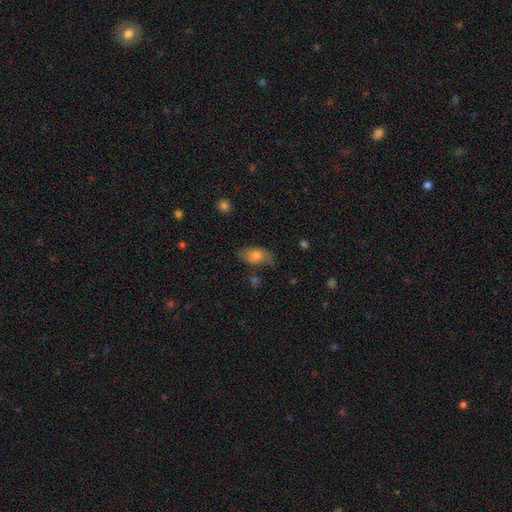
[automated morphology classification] A smooth galaxy with no disk features (74%) that is in between round and cigar-shaped (91%).

Vote fractions:
- Smooth or featured? smooth: 74% / featured or disk: 18% / star or artifact: 8%
- How rounded? in between: 91% / round: 5% / cigar-shaped: 4%
- Merging? none: 55% / minor disturbance: 29% / major disturbance: 11% / merger: 4%